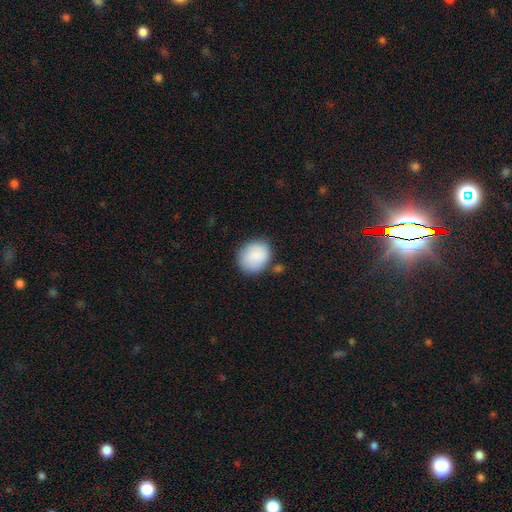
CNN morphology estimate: Smooth or featured? Predicted: smooth (p=0.88). How rounded? Predicted: round (p=0.66). Merging? Predicted: none (p=0.75).